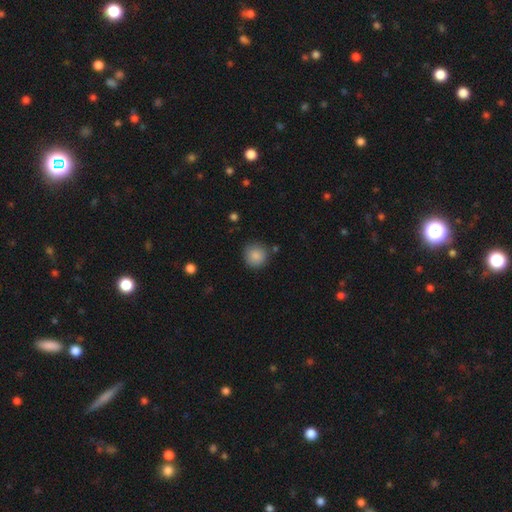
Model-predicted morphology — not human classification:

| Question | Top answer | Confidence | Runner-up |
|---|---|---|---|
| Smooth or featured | smooth | 87% | star or artifact (9%) |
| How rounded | round | 92% | in between (7%) |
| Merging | none | 84% | minor disturbance (10%) |